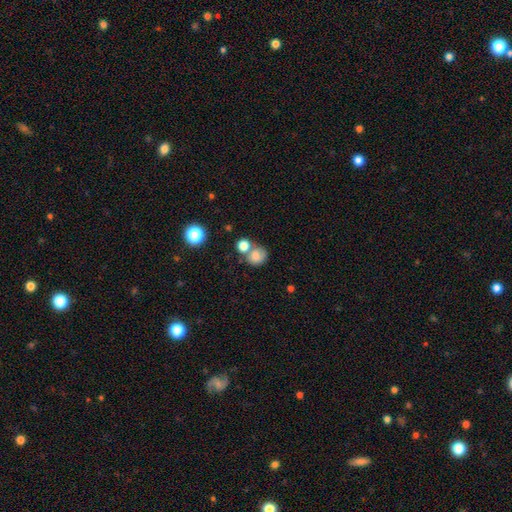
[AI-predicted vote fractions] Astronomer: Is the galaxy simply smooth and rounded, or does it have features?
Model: smooth — 76%.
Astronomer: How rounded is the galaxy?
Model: round — 75%.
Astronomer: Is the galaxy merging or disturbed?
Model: none — 44% (runner-up: merger, 37%).